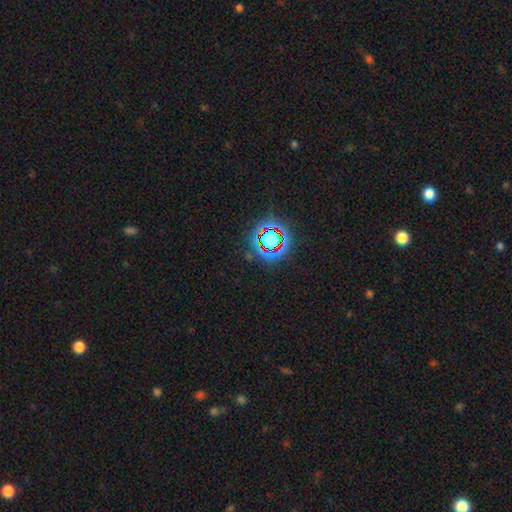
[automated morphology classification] star or artifact 77%, smooth 14%, featured or disk 9%.